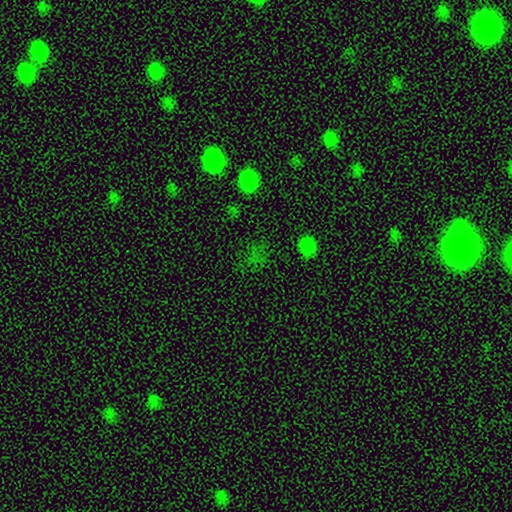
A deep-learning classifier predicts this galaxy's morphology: Smooth or featured? Predicted: star or artifact (p=0.52).